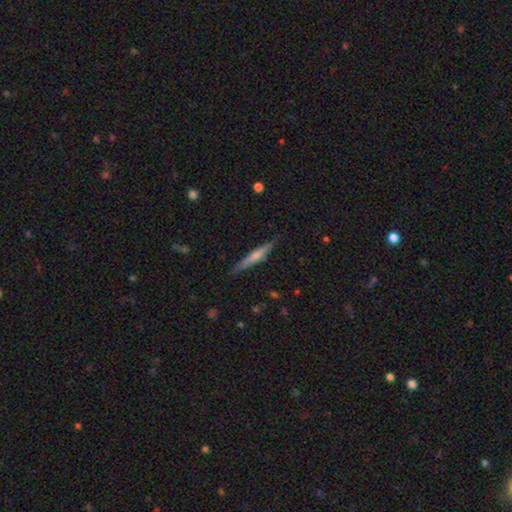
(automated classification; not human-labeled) featured or disk 51%, smooth 43%, star or artifact 6%. Down the decision tree: edge-on disk — yes (96%); merging — none (86%).